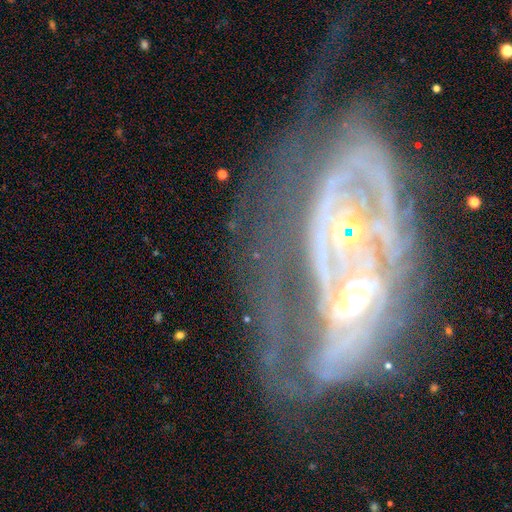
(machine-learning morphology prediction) A featured or disk galaxy (78%) with no bar (59%), tight (58%) spiral arms (76%) and a moderate central bulge (48%).

Vote fractions:
- Smooth or featured? featured or disk: 78% / star or artifact: 11% / smooth: 10%
- Edge-on disk? no: 91% / yes: 9%
- Bar? no: 59% / weak: 22% / strong: 19%
- Spiral arms? yes: 76% / no: 24%
- Spiral winding? tight: 58% / medium: 29% / loose: 12%
- Spiral arm count? can't tell: 39% / 2: 26% / 3: 13% / 1: 8% / 4: 7% / more than 4: 7%
- Bulge size? moderate: 48% / small: 41% / large: 6% / none: 4% / dominant: 2%
- Merging? none: 41% / major disturbance: 25% / minor disturbance: 17% / merger: 17%